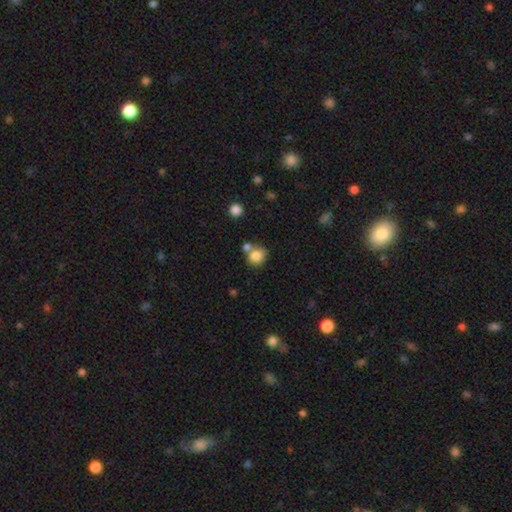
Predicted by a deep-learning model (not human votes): Smooth or featured: smooth — 82% (star or artifact — 10%)
How rounded: round — 74% (in between — 25%)
Merging: none — 56% (merger — 28%)